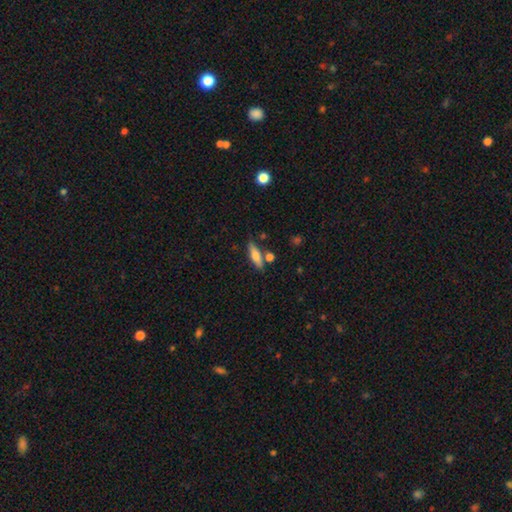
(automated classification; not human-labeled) A smooth galaxy with no disk features (66%) that is cigar-shaped (58%).

Vote fractions:
- Smooth or featured? smooth: 66% / featured or disk: 27% / star or artifact: 7%
- How rounded? cigar-shaped: 58% / in between: 40% / round: 3%
- Merging? none: 71% / minor disturbance: 14% / merger: 12% / major disturbance: 4%